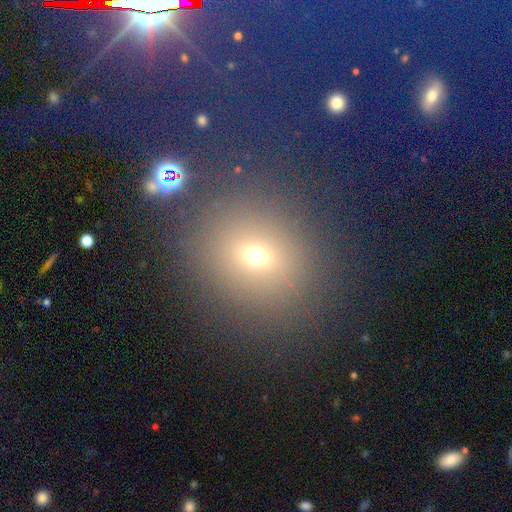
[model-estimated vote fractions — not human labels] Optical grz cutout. It shows a smooth galaxy with no disk features (60%) that is round (73%). Merging: none (83%).